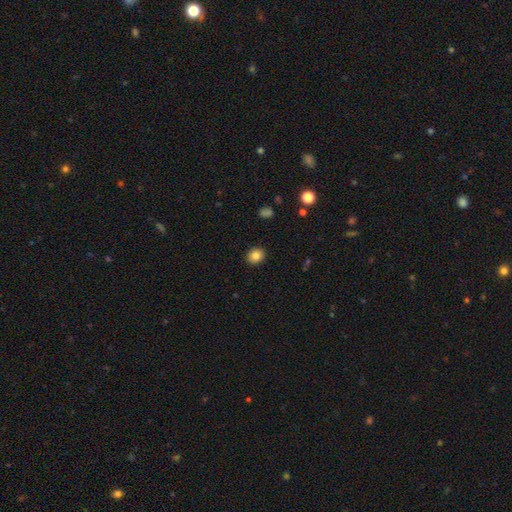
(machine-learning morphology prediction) Q: Smooth or featured?
A: smooth (83%); runner-up: star or artifact (10%)
Q: How rounded?
A: round (71%); runner-up: in between (28%)
Q: Merging?
A: none (91%); runner-up: minor disturbance (7%)